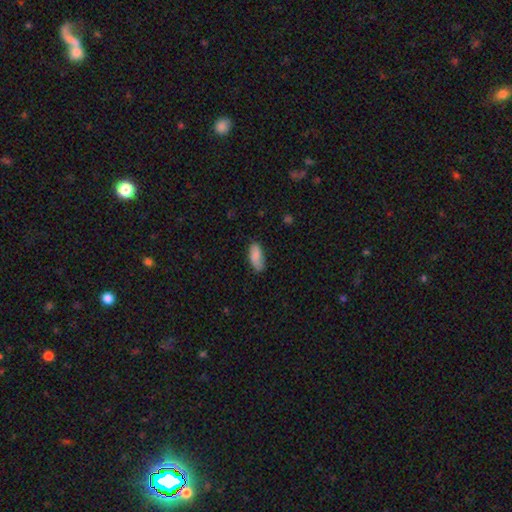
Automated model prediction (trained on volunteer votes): smooth_or_featured: smooth (p=0.84) [alt: featured or disk p=0.10]
how_rounded: in between (p=0.86) [alt: cigar-shaped p=0.11]
merging: none (p=0.75) [alt: minor disturbance p=0.20]